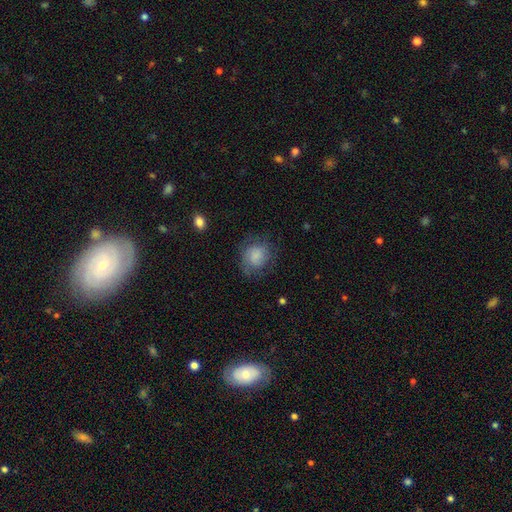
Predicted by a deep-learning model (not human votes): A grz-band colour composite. It shows a smooth galaxy with no disk features (65%) that is round (70%). Merging: none (64%).